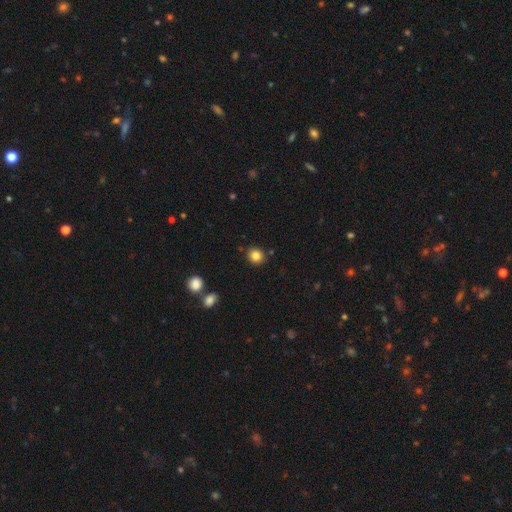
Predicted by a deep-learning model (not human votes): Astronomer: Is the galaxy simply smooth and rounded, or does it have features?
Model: smooth — 83%.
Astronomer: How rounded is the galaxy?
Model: round — 88%.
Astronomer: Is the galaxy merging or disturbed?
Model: none — 87%.